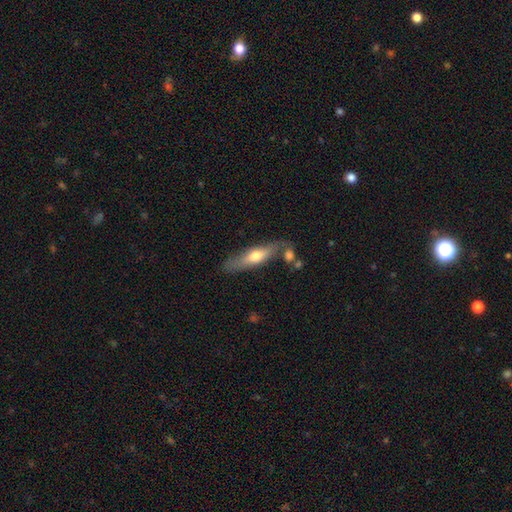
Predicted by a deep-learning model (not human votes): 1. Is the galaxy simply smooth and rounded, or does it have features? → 51% smooth, 43% featured or disk, 6% star or artifact.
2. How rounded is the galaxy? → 70% cigar-shaped, 28% in between, 2% round.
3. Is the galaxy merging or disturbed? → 70% none, 15% minor disturbance, 11% merger, 4% major disturbance.